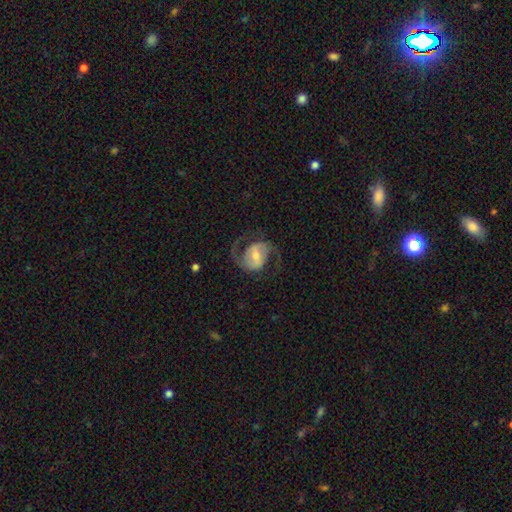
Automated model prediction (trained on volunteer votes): Smooth or featured: featured or disk — 85% (smooth — 10%)
Edge-on disk: no — 98% (yes — 2%)
Bar: weak — 48% (strong — 29%)
Spiral arms: yes — 96% (no — 4%)
Spiral winding: medium — 51% (loose — 38%)
Spiral arm count: 2 — 92% (1 — 2%)
Bulge size: moderate — 52% (small — 36%)
Merging: none — 74% (minor disturbance — 13%)